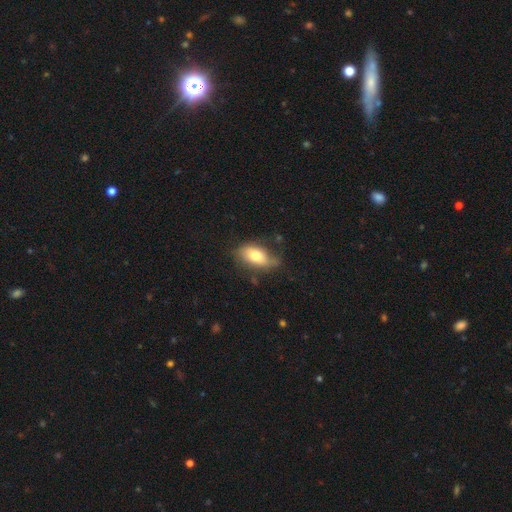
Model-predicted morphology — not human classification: Smooth or featured? smooth (70%)
How rounded? in between (89%)
Merging? none (53%)